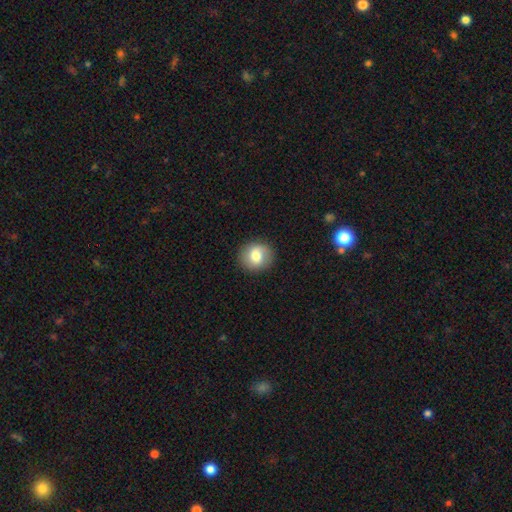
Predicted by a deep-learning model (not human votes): Smooth or featured: smooth — 72% (featured or disk — 19%)
How rounded: round — 83% (in between — 16%)
Merging: none — 88% (minor disturbance — 8%)